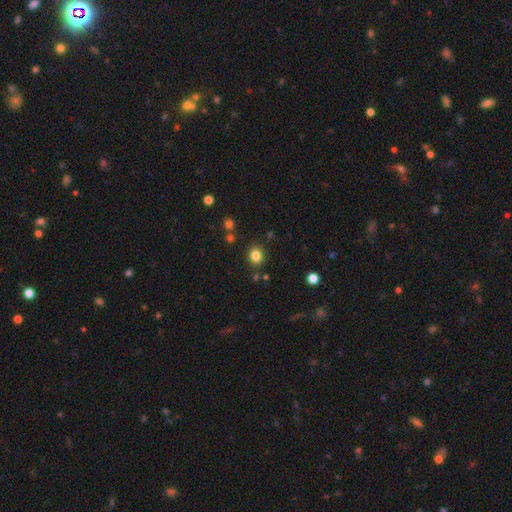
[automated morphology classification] Smooth or featured: smooth — 83% (star or artifact — 12%)
How rounded: round — 75% (in between — 24%)
Merging: none — 86% (minor disturbance — 8%)